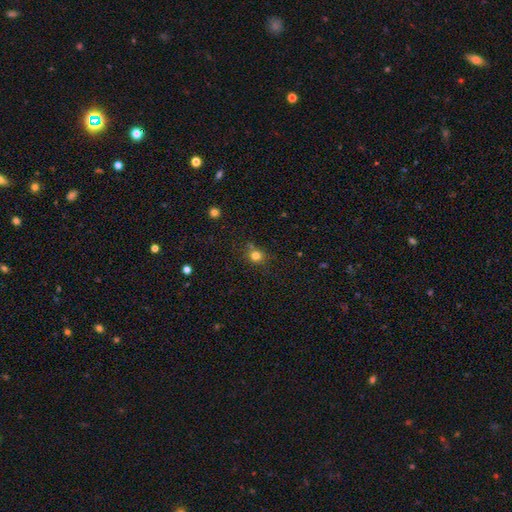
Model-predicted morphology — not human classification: Smooth or featured? smooth (79%)
How rounded? round (83%)
Merging? none (74%)